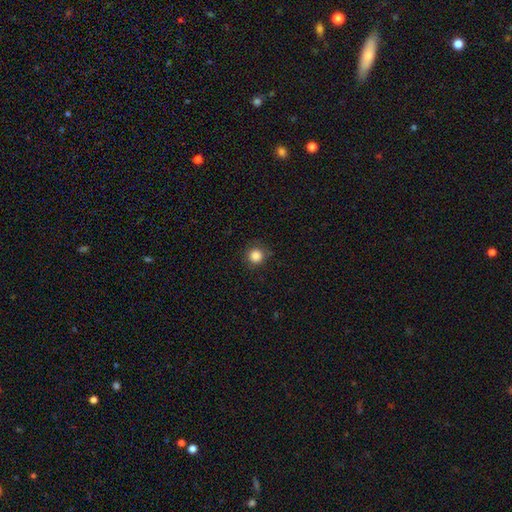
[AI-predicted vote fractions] This is clearly a smooth galaxy (85%). How rounded: clearly round (94%). Merging: clearly none (85%).